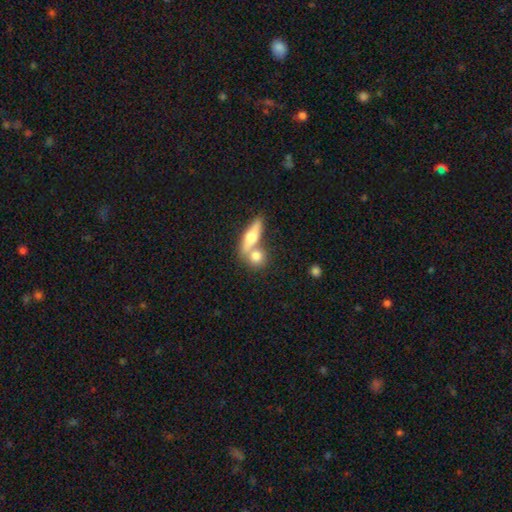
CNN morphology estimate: The model was most divided on "merging": merger: 45%, none: 43%, minor disturbance: 8%, major disturbance: 3%. More confident: smooth or featured — smooth (72%); how rounded — round (51%).